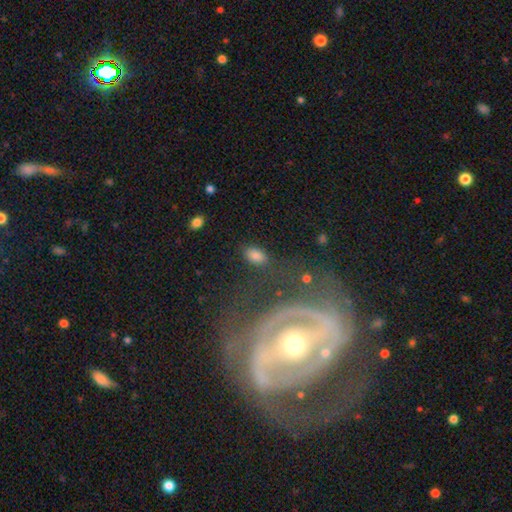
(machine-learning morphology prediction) The model was most divided on "merging": none: 78%, minor disturbance: 13%, major disturbance: 6%, merger: 3%. More confident: how rounded — in between (90%); smooth or featured — smooth (81%).